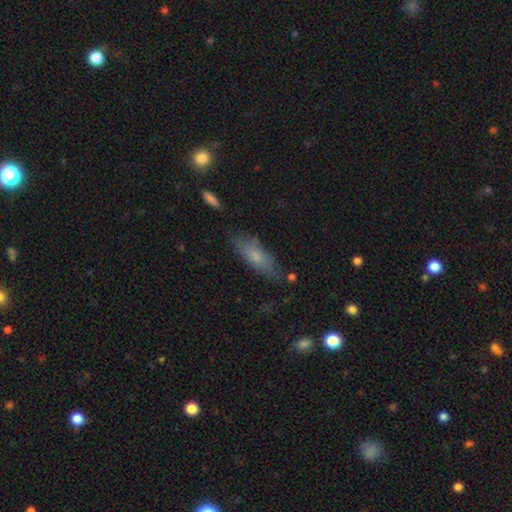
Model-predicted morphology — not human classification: This appears to be a smooth galaxy with no disk features (66%) that is in between round and cigar-shaped (53%). Merging: none (72%).